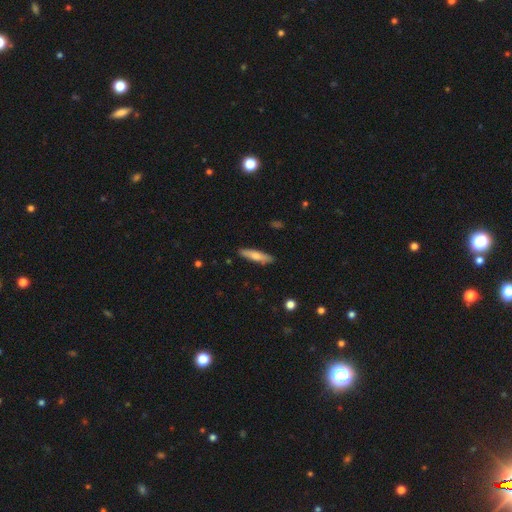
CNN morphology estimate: The model was most divided on "smooth or featured": smooth: 69%, featured or disk: 25%, star or artifact: 6%. More confident: merging — none (88%); how rounded — cigar-shaped (81%).